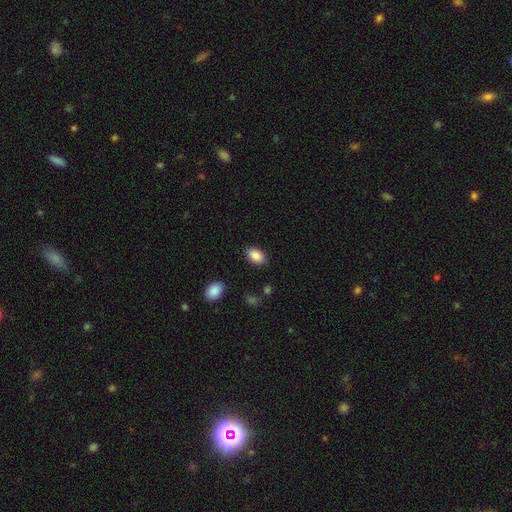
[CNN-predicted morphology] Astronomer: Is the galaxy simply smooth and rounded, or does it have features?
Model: smooth — 88%.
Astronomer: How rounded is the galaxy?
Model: in between — 89%.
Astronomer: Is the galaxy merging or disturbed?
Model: none — 86%.